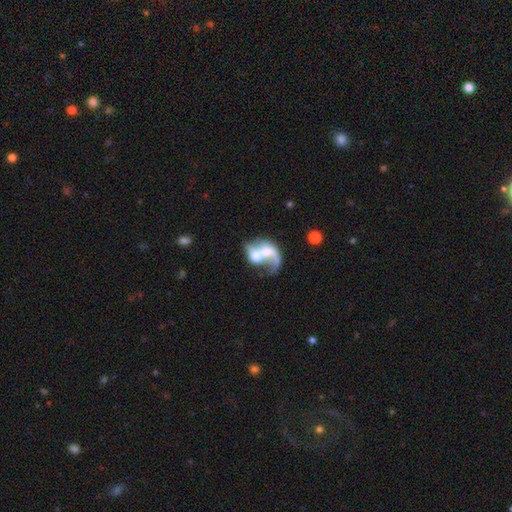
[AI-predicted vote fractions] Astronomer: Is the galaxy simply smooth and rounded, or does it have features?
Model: featured or disk — 61%.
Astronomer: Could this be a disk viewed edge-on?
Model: no — 97%.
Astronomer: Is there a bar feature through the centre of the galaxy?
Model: no — 68%.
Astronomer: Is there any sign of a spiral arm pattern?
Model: yes — 61% (runner-up: no, 39%).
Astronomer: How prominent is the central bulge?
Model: moderate — 43% (runner-up: small, 19%).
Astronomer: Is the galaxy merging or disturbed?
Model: merger — 52%.